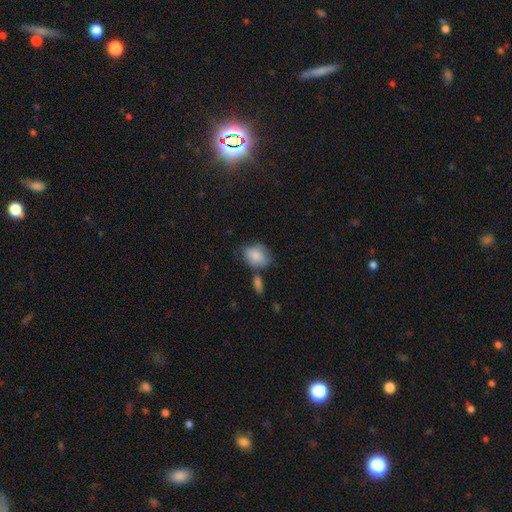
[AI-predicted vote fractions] Overall: smooth (81%). How rounded: in between (62%; round 37%). Merging: none (50%; minor disturbance 26%).